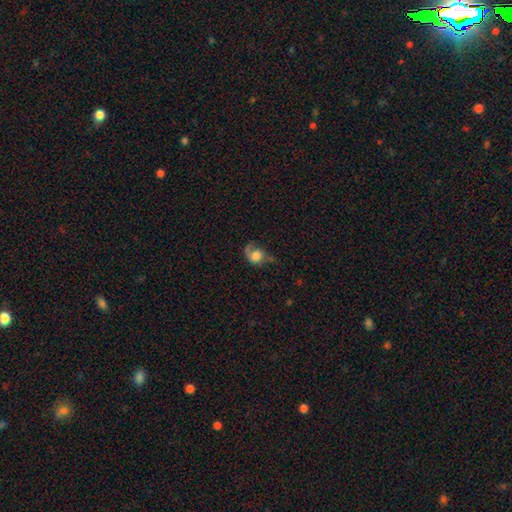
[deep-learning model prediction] Morphology: type=smooth (55%); roundness=round (56%); merging=major disturbance (35%, tied with none).